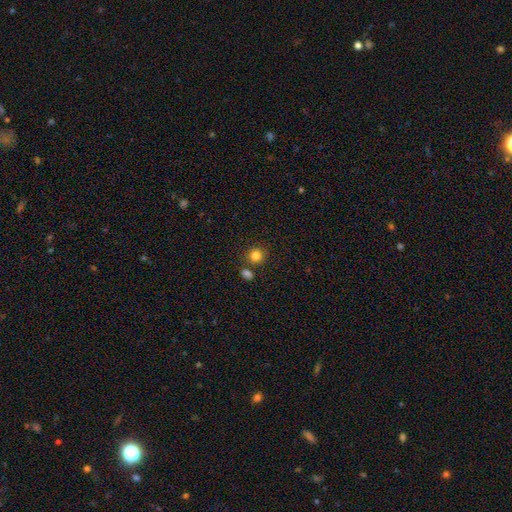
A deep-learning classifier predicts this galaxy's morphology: smooth 83%, star or artifact 12%, featured or disk 5%. Down the decision tree: how rounded — round (87%); merging — none (76%).